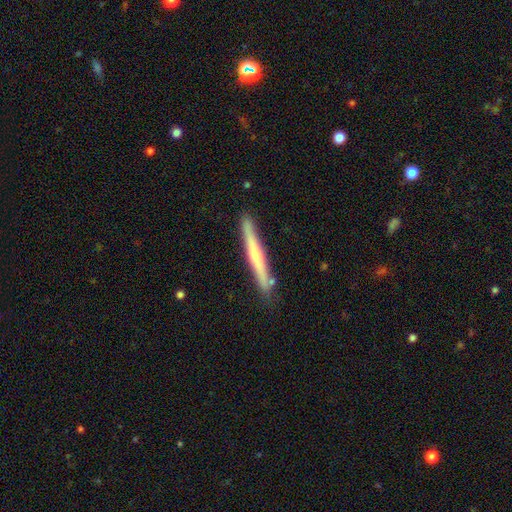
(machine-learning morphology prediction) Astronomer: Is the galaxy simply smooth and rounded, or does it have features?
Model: featured or disk — 50% (runner-up: smooth, 45%).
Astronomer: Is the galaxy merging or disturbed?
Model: none — 85%.